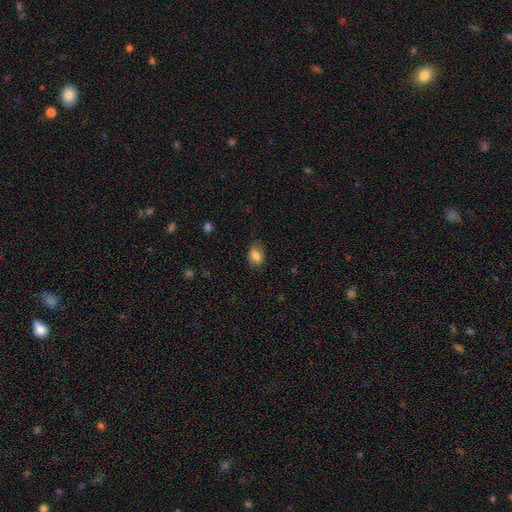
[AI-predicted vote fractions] Morphology: type=smooth (80%); roundness=in between (84%); merging=none (75%).